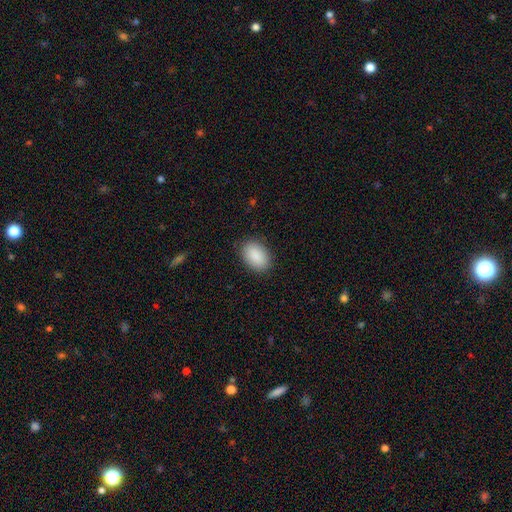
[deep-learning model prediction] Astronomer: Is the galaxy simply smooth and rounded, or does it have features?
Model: smooth — 90%.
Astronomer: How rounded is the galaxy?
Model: in between — 90%.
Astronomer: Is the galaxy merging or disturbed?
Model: none — 86%.